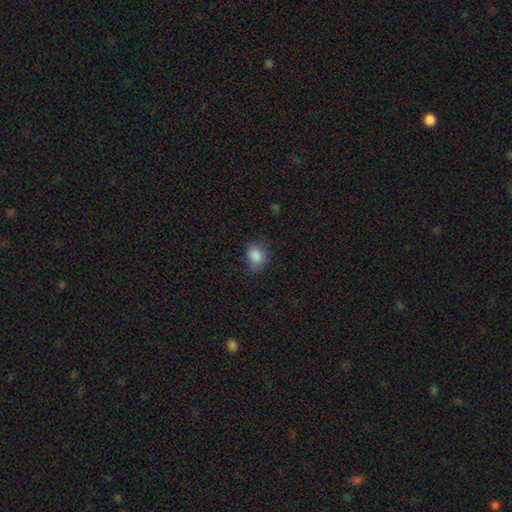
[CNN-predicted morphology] smooth_or_featured: smooth (p=0.86) [alt: star or artifact p=0.10]
how_rounded: in between (p=0.50) [alt: round p=0.49]
merging: none (p=0.71) [alt: minor disturbance p=0.22]